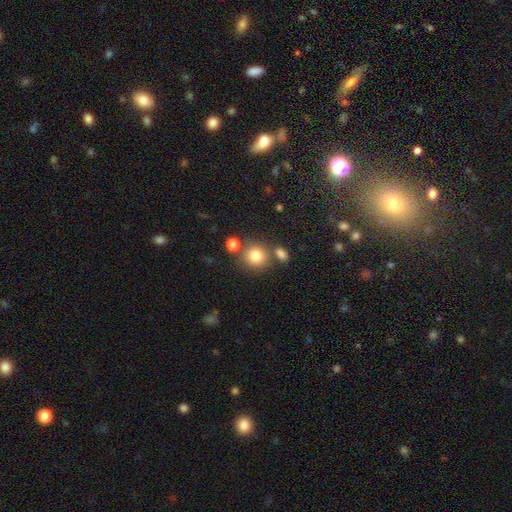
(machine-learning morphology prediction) A smooth galaxy with no disk features (81%) that is round (87%). Merging: none (69%).